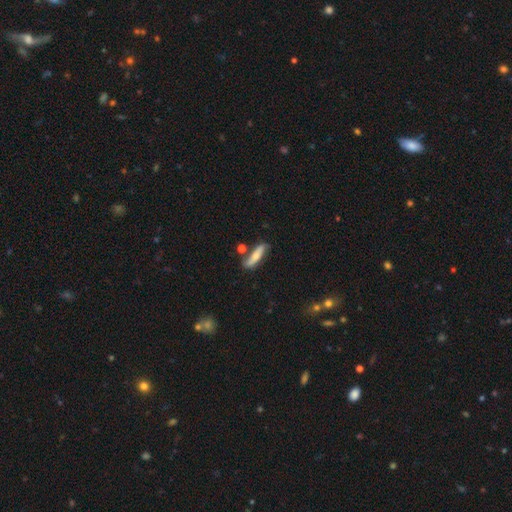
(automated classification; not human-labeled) Smooth or featured? Predicted: smooth (p=0.53). How rounded? Predicted: cigar-shaped (p=0.69). Merging? Predicted: none (p=0.68).